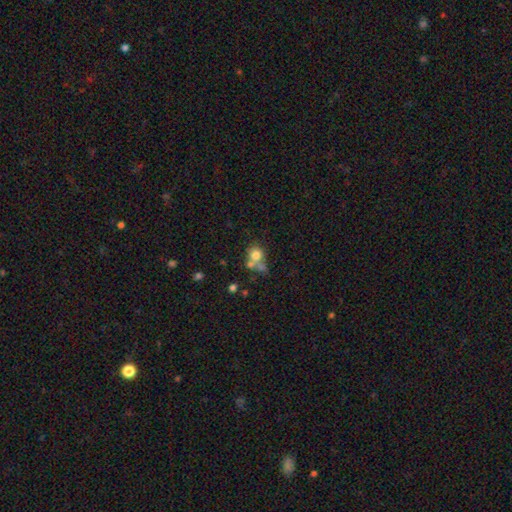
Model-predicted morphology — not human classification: This is likely a smooth galaxy (73%). How rounded: clearly round (83%). Merging: marginally merger (44%).